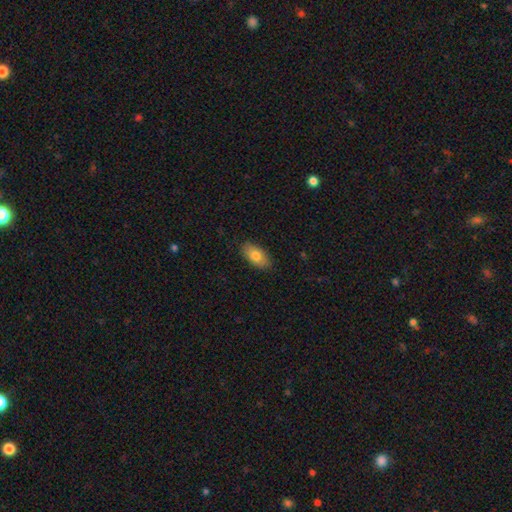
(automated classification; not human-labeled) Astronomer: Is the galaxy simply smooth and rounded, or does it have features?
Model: smooth — 78%.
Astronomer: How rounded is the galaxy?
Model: in between — 92%.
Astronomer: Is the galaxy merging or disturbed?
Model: none — 87%.